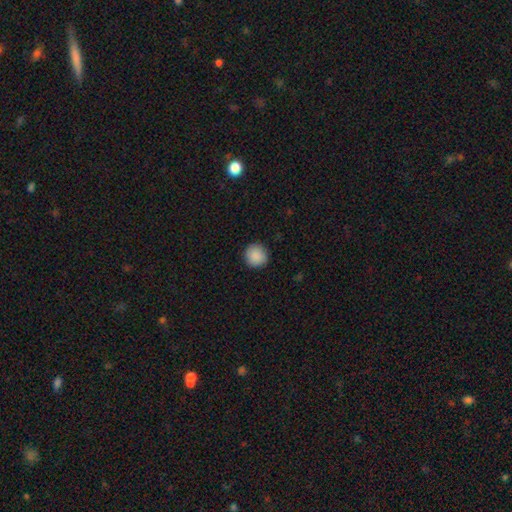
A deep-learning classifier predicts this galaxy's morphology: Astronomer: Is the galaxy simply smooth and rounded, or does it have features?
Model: smooth — 89%.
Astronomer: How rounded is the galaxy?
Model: round — 94%.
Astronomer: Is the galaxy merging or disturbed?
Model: none — 91%.